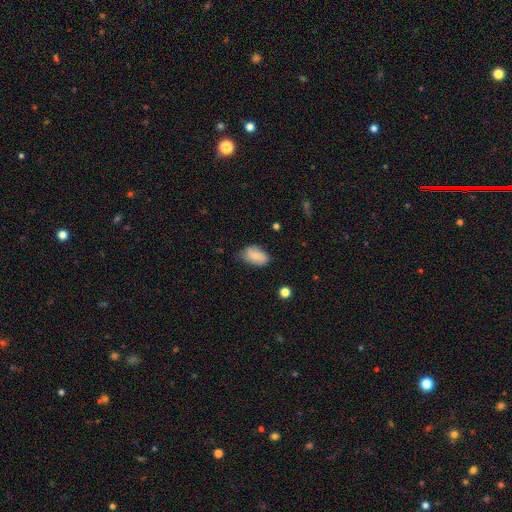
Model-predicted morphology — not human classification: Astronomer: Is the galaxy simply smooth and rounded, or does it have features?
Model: smooth — 68%.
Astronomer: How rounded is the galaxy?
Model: in between — 90%.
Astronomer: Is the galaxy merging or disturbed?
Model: none — 65%.